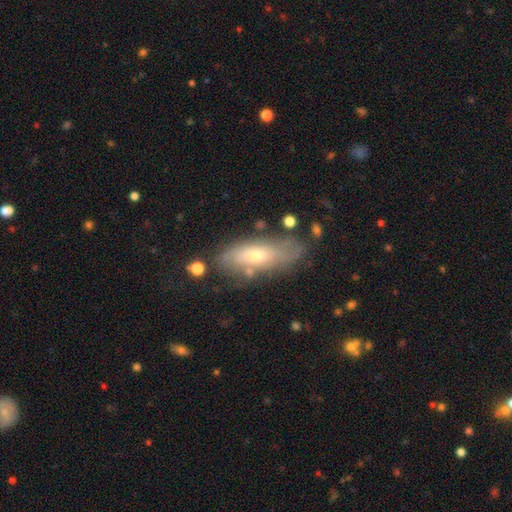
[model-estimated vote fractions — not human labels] smooth_or_featured: featured or disk (p=0.48) [alt: smooth p=0.45]
merging: none (p=0.68) [alt: minor disturbance p=0.20]